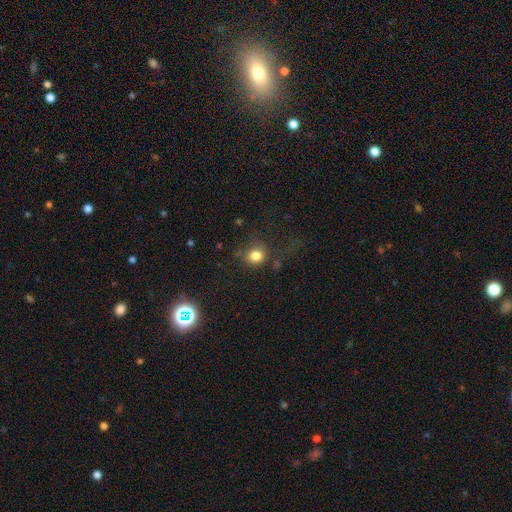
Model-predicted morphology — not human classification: Q: Smooth or featured?
A: smooth (80%); runner-up: star or artifact (13%)
Q: How rounded?
A: round (84%); runner-up: in between (15%)
Q: Merging?
A: none (70%); runner-up: minor disturbance (16%)